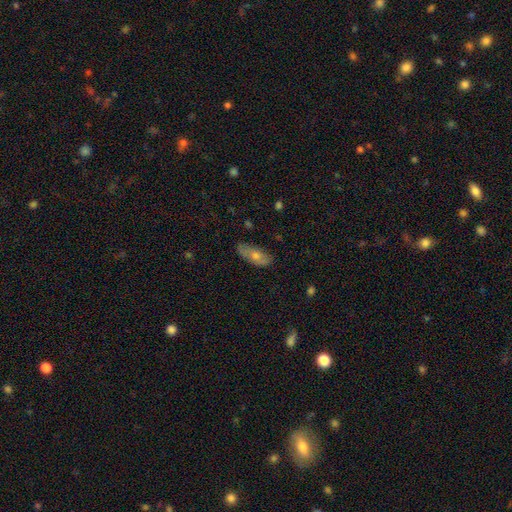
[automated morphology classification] This is possibly a smooth galaxy (53%). How rounded: likely in between (74%). Merging: likely none (80%).